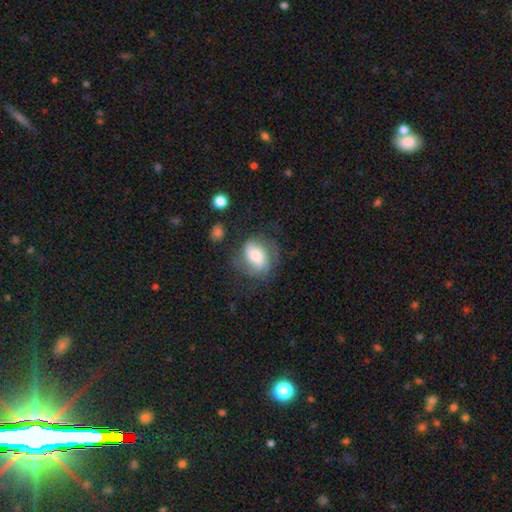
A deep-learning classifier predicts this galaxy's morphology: The model was most divided on "smooth or featured": featured or disk: 51%, smooth: 41%, star or artifact: 8%. More confident: edge-on disk — no (96%); merging — none (57%).